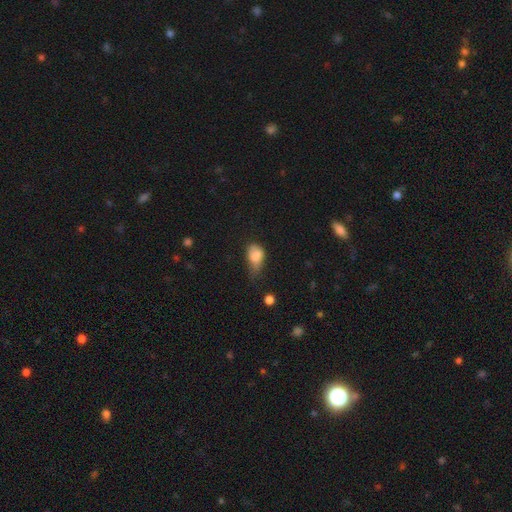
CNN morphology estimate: Smooth or featured? smooth (79%)
How rounded? in between (78%)
Merging? minor disturbance (45%)